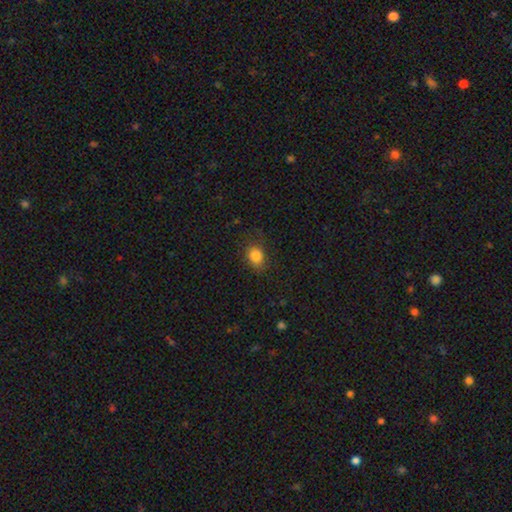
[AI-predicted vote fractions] This is clearly a smooth galaxy (84%). How rounded: possibly in between (51%). Merging: likely none (79%).